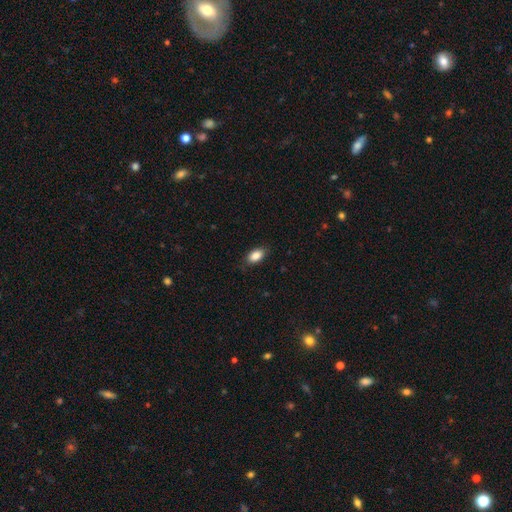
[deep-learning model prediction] smooth_or_featured: smooth (p=0.87) [alt: star or artifact p=0.08]
how_rounded: in between (p=0.90) [alt: round p=0.07]
merging: none (p=0.83) [alt: minor disturbance p=0.13]